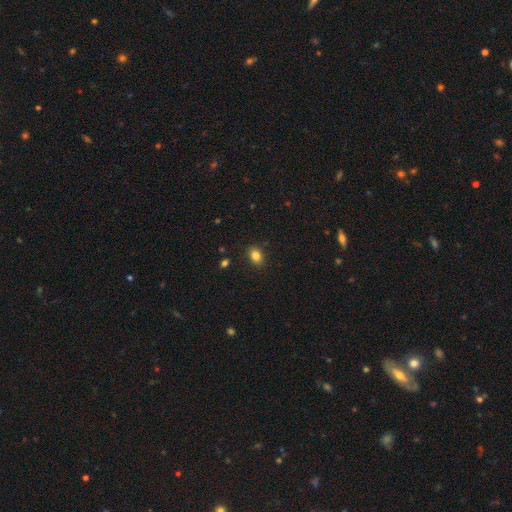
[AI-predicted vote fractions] This appears to be a smooth galaxy with no disk features (84%) that is in between round and cigar-shaped (72%). Merging: none (88%).